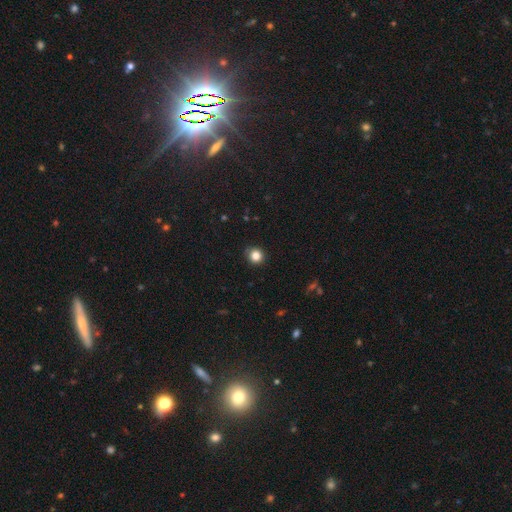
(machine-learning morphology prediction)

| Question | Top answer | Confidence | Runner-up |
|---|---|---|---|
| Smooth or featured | smooth | 84% | star or artifact (12%) |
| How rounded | round | 92% | in between (7%) |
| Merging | none | 89% | minor disturbance (8%) |